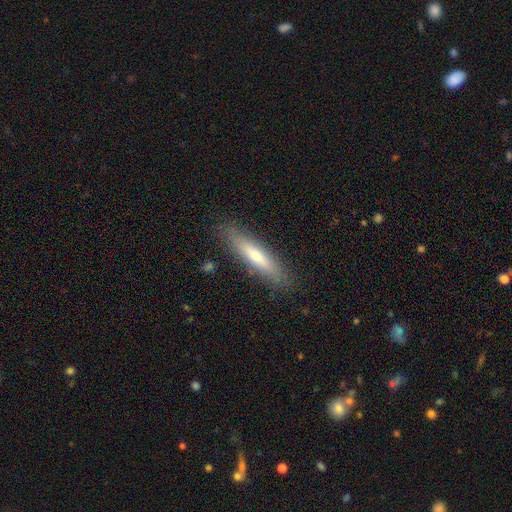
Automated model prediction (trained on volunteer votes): smooth-or-featured: smooth: 63% | featured or disk: 30% | star or artifact: 7%
  how-rounded: cigar-shaped: 84% | in between: 14% | round: 1%
  merging: none: 87% | minor disturbance: 9% | major disturbance: 2% | merger: 1%